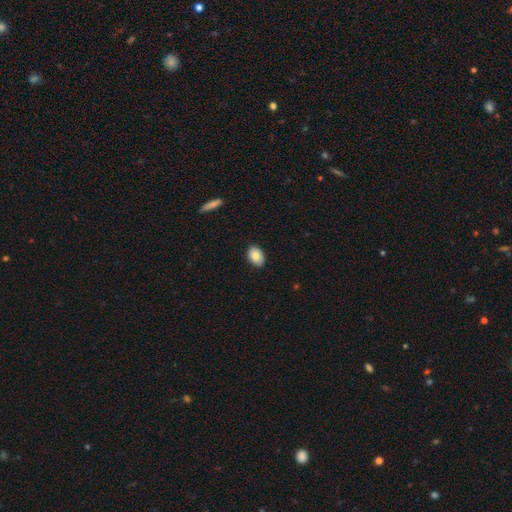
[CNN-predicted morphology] Q: Smooth or featured?
A: smooth (82%); runner-up: featured or disk (11%)
Q: How rounded?
A: in between (87%); runner-up: round (12%)
Q: Merging?
A: none (88%); runner-up: minor disturbance (9%)